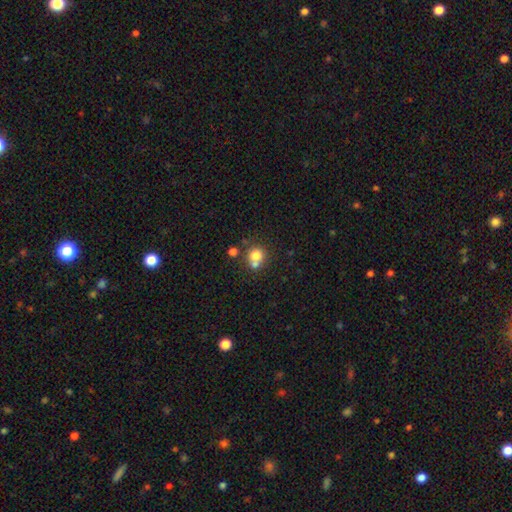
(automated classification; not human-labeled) Smooth or featured? Predicted: smooth (p=0.74). How rounded? Predicted: round (p=0.83). Merging? Predicted: none (p=0.44, tied with merger).